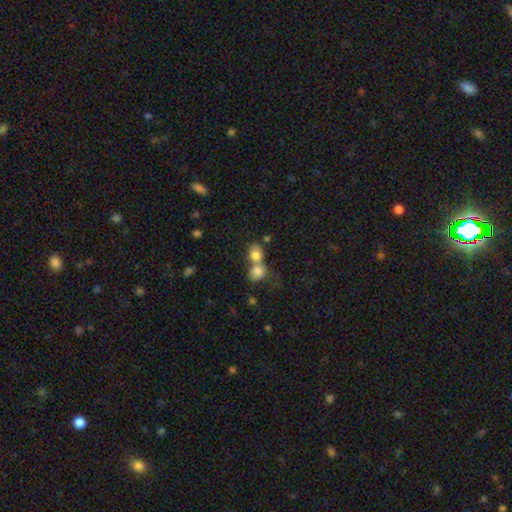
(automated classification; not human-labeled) The model was most divided on "how rounded": round: 57%, in between: 41%, cigar-shaped: 1%. More confident: smooth or featured — smooth (80%); merging — merger (66%).